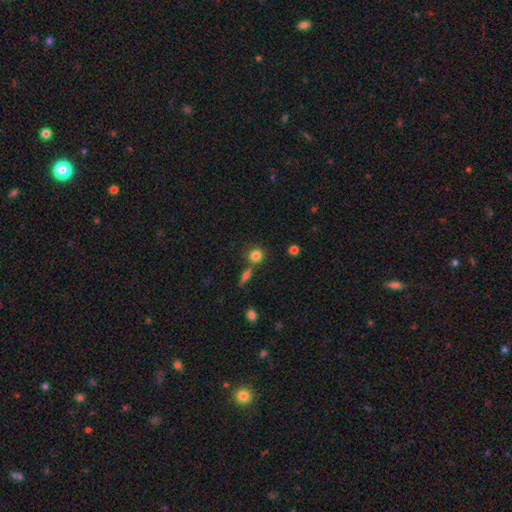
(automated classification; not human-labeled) Smooth or featured? Predicted: smooth (p=0.80). How rounded? Predicted: round (p=0.84). Merging? Predicted: none (p=0.66).